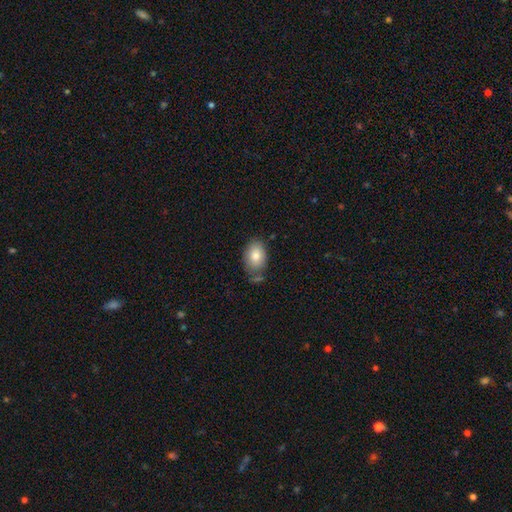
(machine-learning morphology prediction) This is clearly a smooth galaxy (80%). How rounded: clearly in between (83%). Merging: likely none (67%).